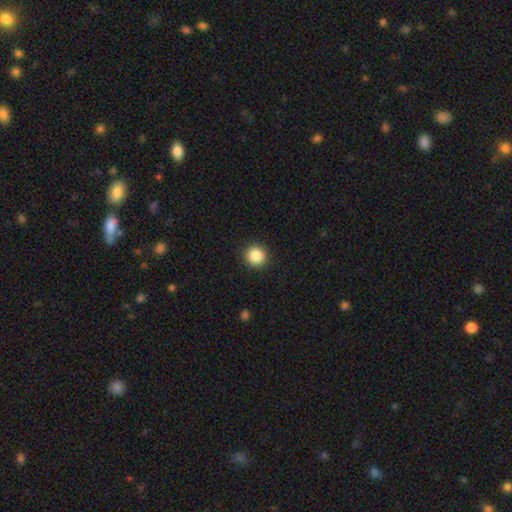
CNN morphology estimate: Smooth or featured: smooth — 87% (star or artifact — 9%)
How rounded: round — 94% (in between — 5%)
Merging: none — 92% (minor disturbance — 5%)